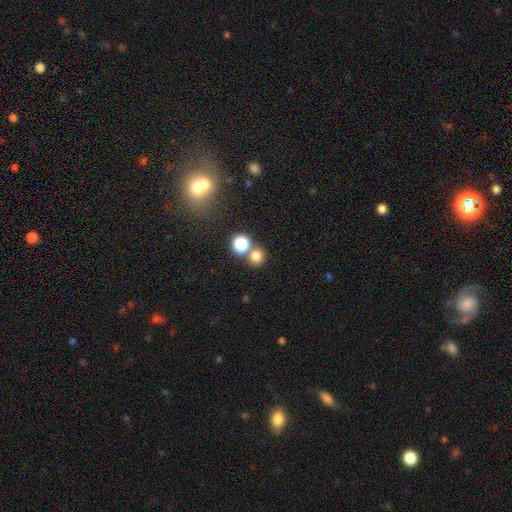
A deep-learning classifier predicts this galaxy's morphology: A smooth galaxy with no disk features (75%) that is round (87%). Merging: none (68%).